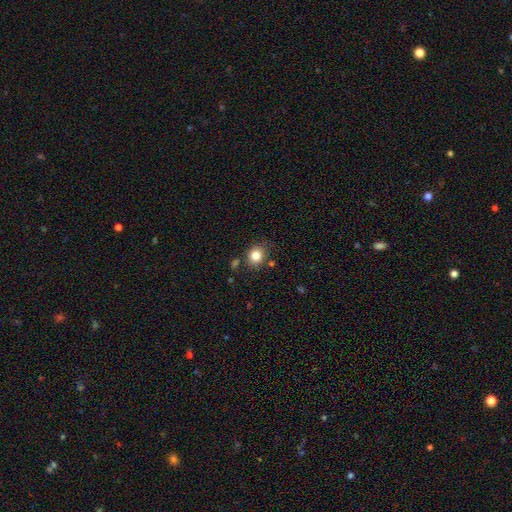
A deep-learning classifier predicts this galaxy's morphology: Overall: smooth (83%). How rounded: round (70%; in between 30%). Merging: none (78%).